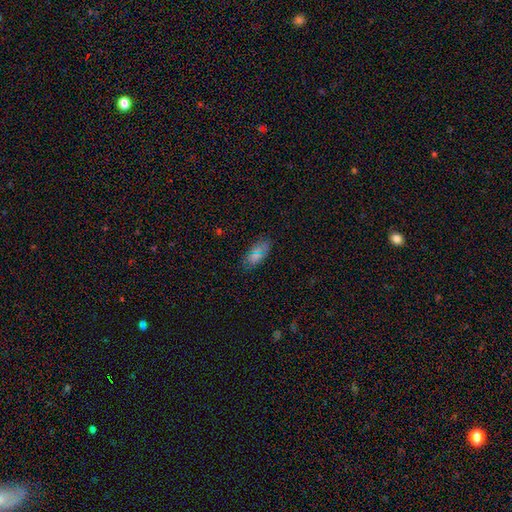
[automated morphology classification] Q: Smooth or featured?
A: smooth (61%); runner-up: star or artifact (26%)
Q: How rounded?
A: in between (85%); runner-up: cigar-shaped (10%)
Q: Merging?
A: none (81%); runner-up: minor disturbance (13%)